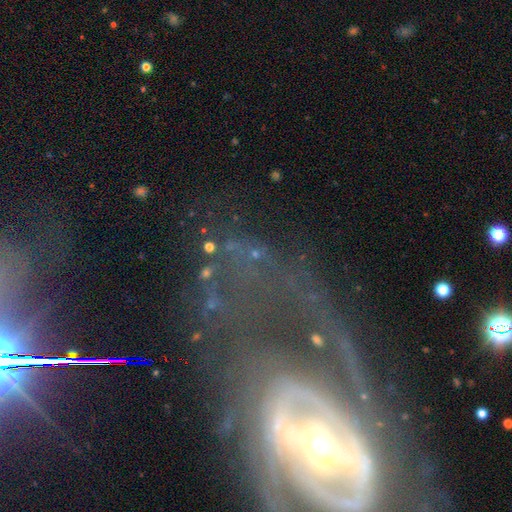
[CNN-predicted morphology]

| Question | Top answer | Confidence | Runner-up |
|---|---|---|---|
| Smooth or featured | featured or disk | 60% | star or artifact (25%) |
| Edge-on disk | no | 88% | yes (12%) |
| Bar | no | 46% | weak (29%) |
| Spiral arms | yes | 65% | no (35%) |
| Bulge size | small | 39% | moderate (34%) |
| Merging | none | 46% | major disturbance (28%) |